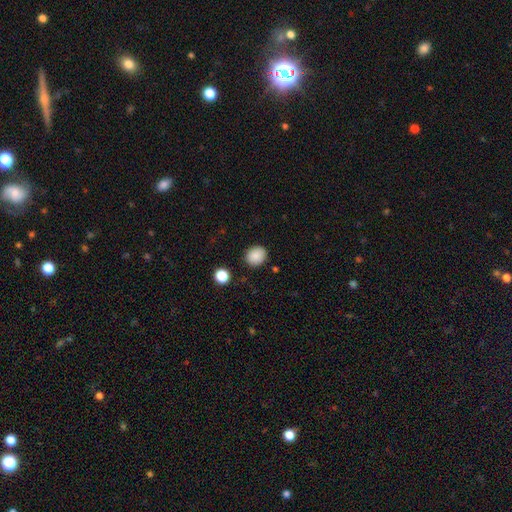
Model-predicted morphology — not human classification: smooth-or-featured: smooth: 87% | star or artifact: 9% | featured or disk: 4%
  how-rounded: round: 72% | in between: 27% | cigar-shaped: 1%
  merging: none: 88% | minor disturbance: 8% | major disturbance: 2% | merger: 2%